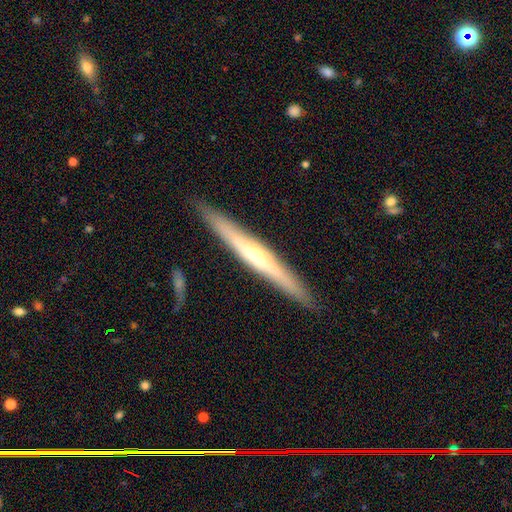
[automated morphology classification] This is likely a featured or disk galaxy (70%). It is clearly viewed edge-on (95%). Edge-on bulge: likely rounded (76%). Merging: clearly none (90%).